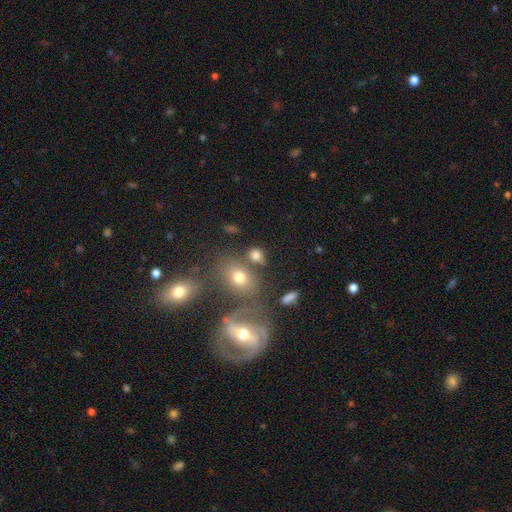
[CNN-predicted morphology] This appears to be a smooth galaxy with no disk features (69%) that is in between round and cigar-shaped (56%). Merging: none (59%).